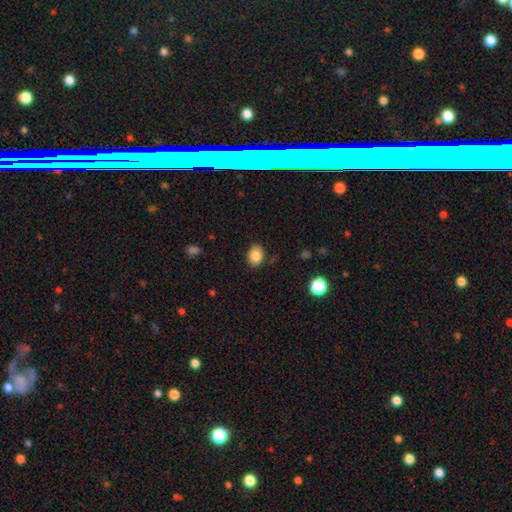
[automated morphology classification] Smooth or featured?
  - smooth: 85% *
  - star or artifact: 9%
  - featured or disk: 6%
How rounded?
  - in between: 61% *
  - round: 38%
  - cigar-shaped: 1%
Merging?
  - none: 84% *
  - minor disturbance: 12%
  - major disturbance: 3%
  - merger: 2%